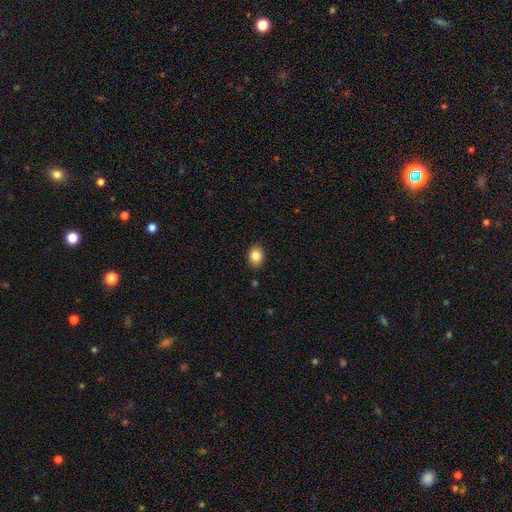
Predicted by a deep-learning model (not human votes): smooth_or_featured: smooth (p=0.84) [alt: star or artifact p=0.09]
how_rounded: in between (p=0.55) [alt: round p=0.45]
merging: none (p=0.89) [alt: minor disturbance p=0.08]